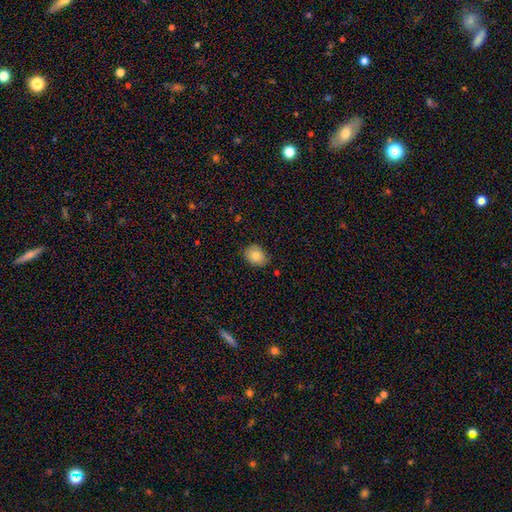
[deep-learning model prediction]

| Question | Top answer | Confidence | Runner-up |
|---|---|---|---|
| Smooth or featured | smooth | 82% | featured or disk (10%) |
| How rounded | in between | 58% | round (41%) |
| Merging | none | 81% | minor disturbance (15%) |